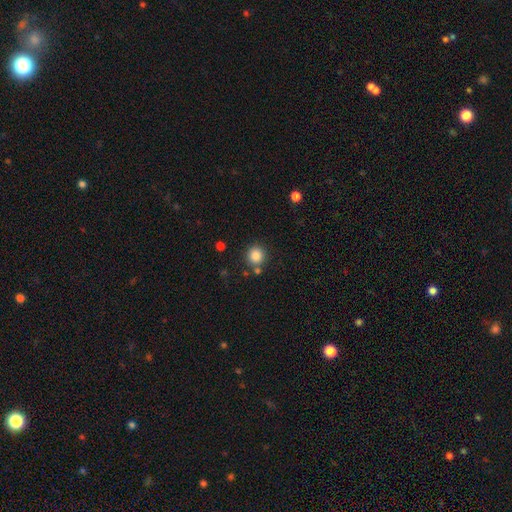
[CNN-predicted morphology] smooth_or_featured: smooth (p=0.85) [alt: star or artifact p=0.10]
how_rounded: round (p=0.92) [alt: in between p=0.07]
merging: none (p=0.80) [alt: minor disturbance p=0.08]